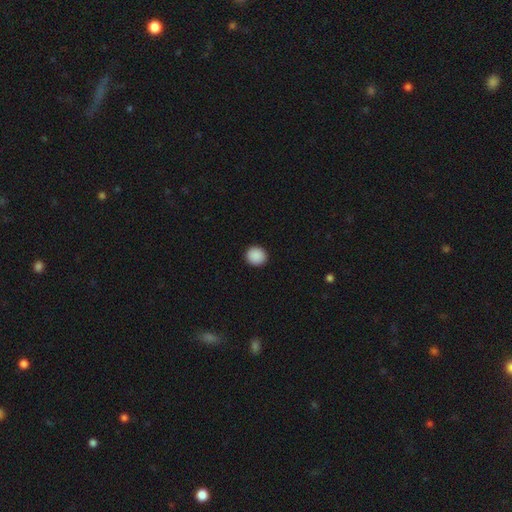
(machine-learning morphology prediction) This appears to be a smooth galaxy with no disk features (90%) that is round (90%). Merging: none (93%).